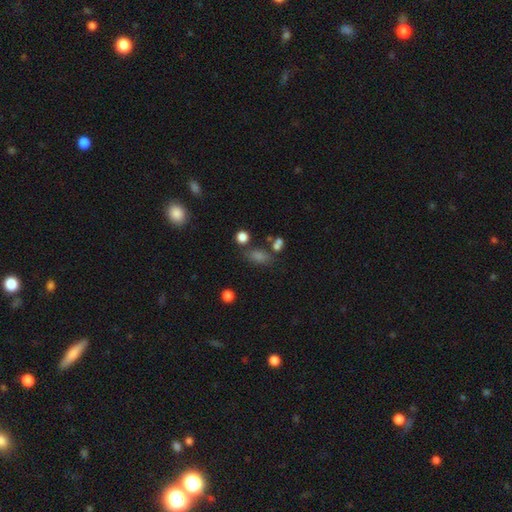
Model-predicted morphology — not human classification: type=smooth (65%); roundness=in between (73%); merging=none (67%).